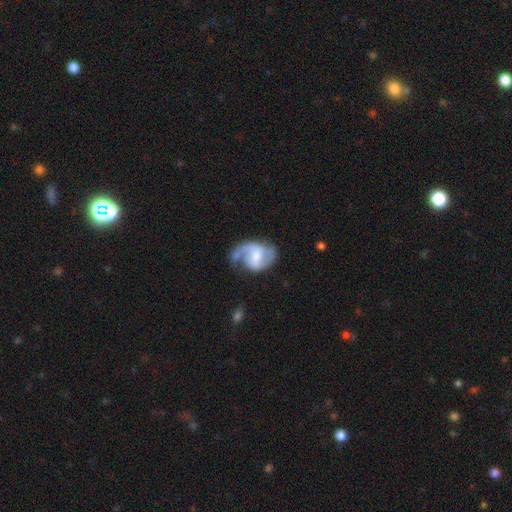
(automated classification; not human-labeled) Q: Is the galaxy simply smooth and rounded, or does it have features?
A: featured or disk — 77%.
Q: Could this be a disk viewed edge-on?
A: no — 98%.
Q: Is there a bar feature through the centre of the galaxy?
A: weak — 54%.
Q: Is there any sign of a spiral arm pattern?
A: yes — 91%.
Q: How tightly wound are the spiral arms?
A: medium — 47%.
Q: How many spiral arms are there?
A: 2 — 69%.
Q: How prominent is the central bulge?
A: moderate — 50%.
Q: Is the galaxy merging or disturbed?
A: none — 45%.